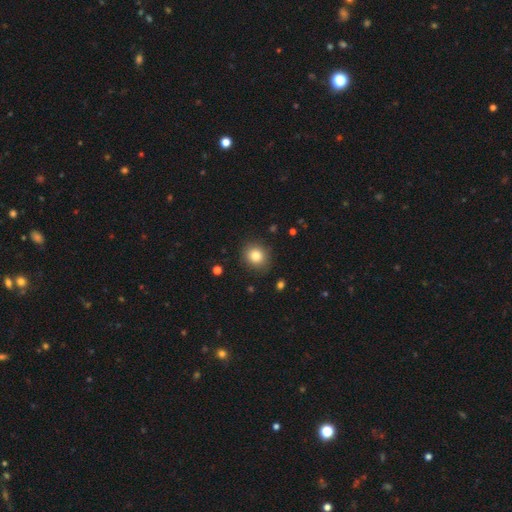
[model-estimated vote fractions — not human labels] Smooth or featured?
  - smooth: 83% *
  - star or artifact: 10%
  - featured or disk: 7%
How rounded?
  - round: 78% *
  - in between: 21%
  - cigar-shaped: 1%
Merging?
  - none: 86% *
  - minor disturbance: 10%
  - major disturbance: 3%
  - merger: 1%